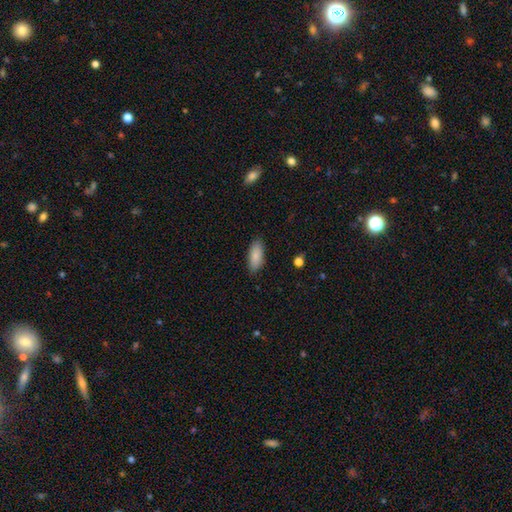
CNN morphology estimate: Overall: smooth (88%). How rounded: in between (81%). Merging: none (87%).